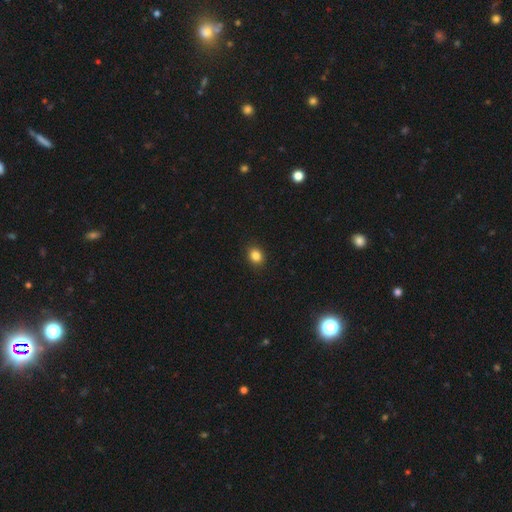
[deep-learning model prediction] smooth 85%, star or artifact 11%, featured or disk 4%. Down the decision tree: how rounded — round (61%); merging — none (91%).